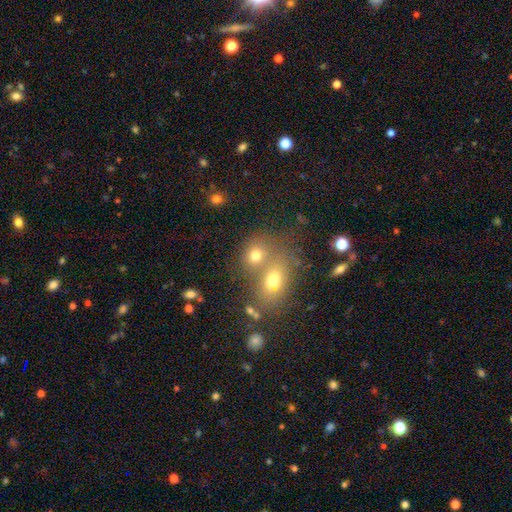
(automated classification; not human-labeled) Smooth or featured? smooth (70%)
How rounded? round (52%)
Merging? merger (52%)